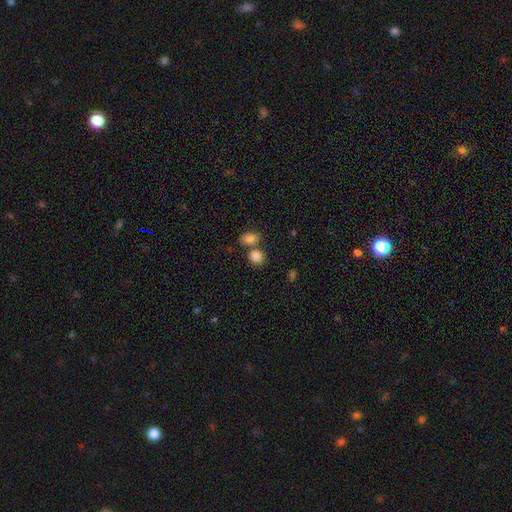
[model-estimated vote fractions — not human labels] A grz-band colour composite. It shows a smooth galaxy with no disk features (85%) that is round (62%). Merging: none (52%).